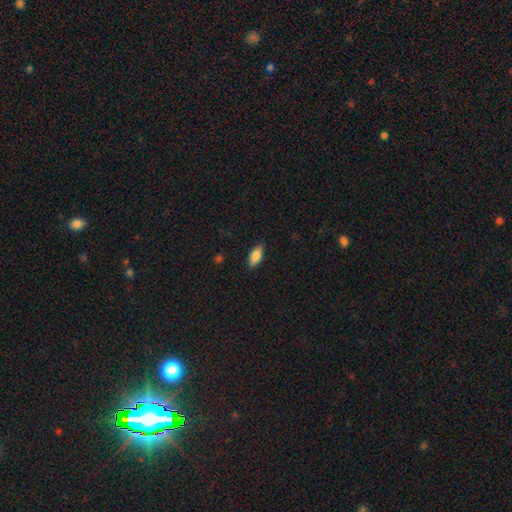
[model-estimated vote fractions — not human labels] This appears to be a smooth galaxy with no disk features (82%) that is in between round and cigar-shaped (84%). Merging: none (86%).